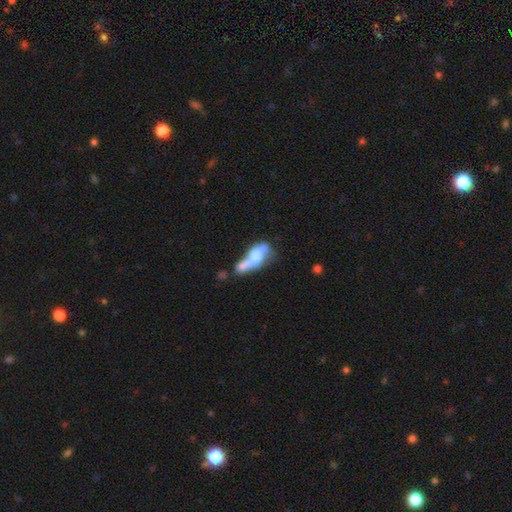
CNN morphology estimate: Smooth or featured? Predicted: featured or disk (p=0.47). Merging? Predicted: merger (p=0.60).